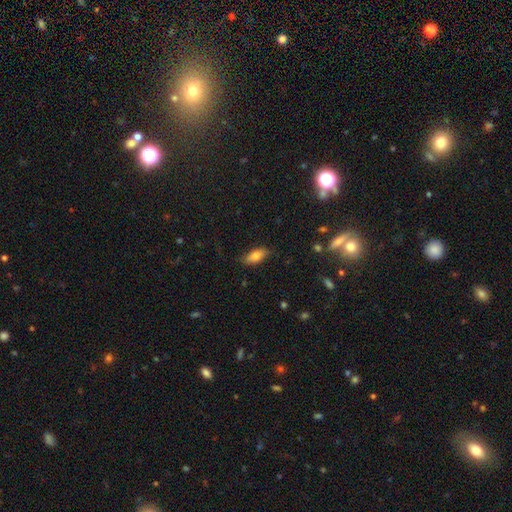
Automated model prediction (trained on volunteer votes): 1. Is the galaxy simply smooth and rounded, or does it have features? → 75% smooth, 17% featured or disk, 8% star or artifact.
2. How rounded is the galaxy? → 83% in between, 14% cigar-shaped, 4% round.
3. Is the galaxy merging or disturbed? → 76% none, 19% minor disturbance, 4% major disturbance, 1% merger.